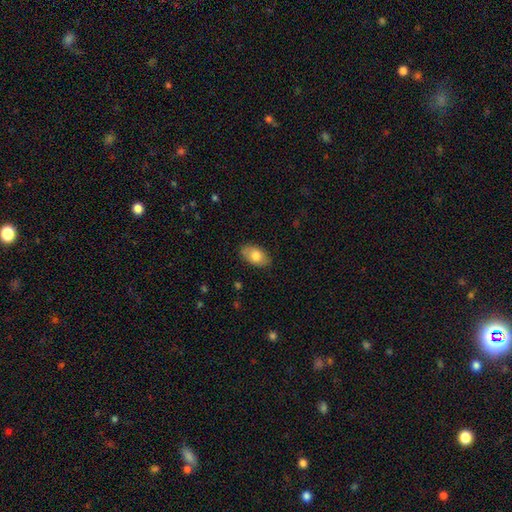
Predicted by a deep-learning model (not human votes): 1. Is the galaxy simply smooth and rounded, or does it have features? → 79% smooth, 14% featured or disk, 7% star or artifact.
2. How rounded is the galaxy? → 92% in between, 6% round, 2% cigar-shaped.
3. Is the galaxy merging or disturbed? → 82% none, 14% minor disturbance, 3% major disturbance, 1% merger.